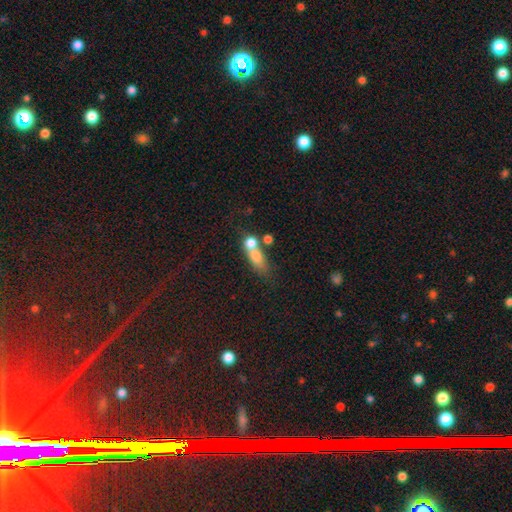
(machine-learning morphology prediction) Smooth or featured? smooth (69%)
How rounded? in between (53%)
Merging? merger (55%)